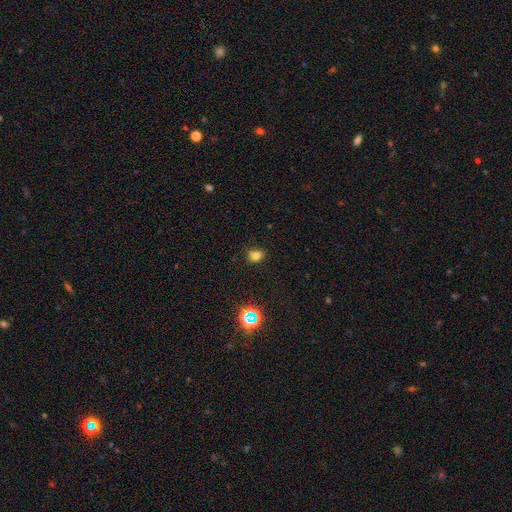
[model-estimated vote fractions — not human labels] Smooth or featured? Predicted: smooth (p=0.75). How rounded? Predicted: round (p=0.56). Merging? Predicted: none (p=0.78).